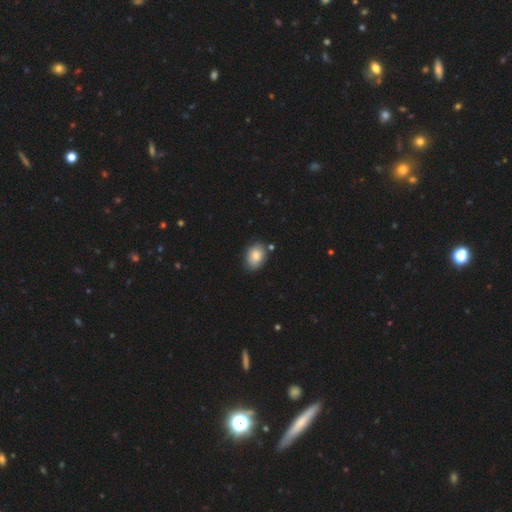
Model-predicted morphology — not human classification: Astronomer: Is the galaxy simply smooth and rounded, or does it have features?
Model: smooth — 81%.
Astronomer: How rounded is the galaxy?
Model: in between — 76%.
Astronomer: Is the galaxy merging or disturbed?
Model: none — 77%.